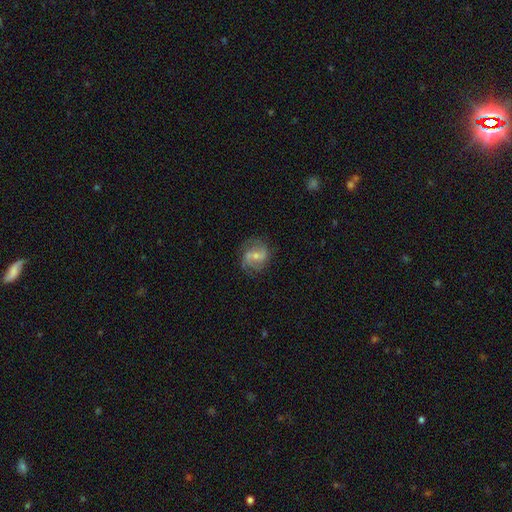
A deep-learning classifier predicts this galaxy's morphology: Smooth or featured: featured or disk — 75% (smooth — 19%)
Edge-on disk: no — 98% (yes — 2%)
Bar: weak — 51% (no — 30%)
Spiral arms: yes — 92% (no — 8%)
Spiral winding: medium — 47% (loose — 33%)
Spiral arm count: 2 — 81% (can't tell — 8%)
Bulge size: small — 48% (moderate — 45%)
Merging: none — 75% (minor disturbance — 16%)